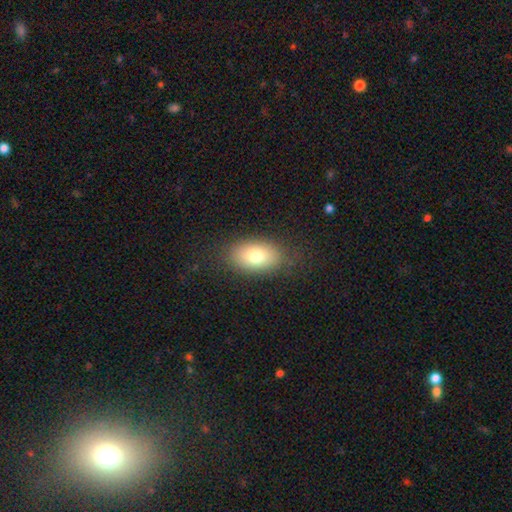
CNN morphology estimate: Smooth or featured? Predicted: smooth (p=0.77). How rounded? Predicted: in between (p=0.90). Merging? Predicted: none (p=0.83).